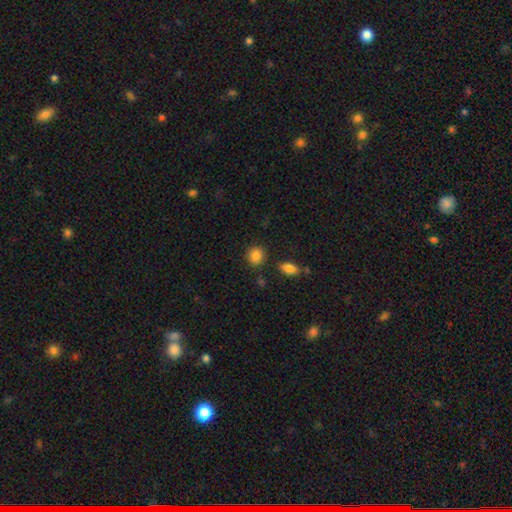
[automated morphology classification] Smooth or featured?
  - smooth: 86% *
  - star or artifact: 9%
  - featured or disk: 5%
How rounded?
  - round: 81% *
  - in between: 18%
  - cigar-shaped: 1%
Merging?
  - none: 85% *
  - minor disturbance: 8%
  - merger: 4%
  - major disturbance: 3%